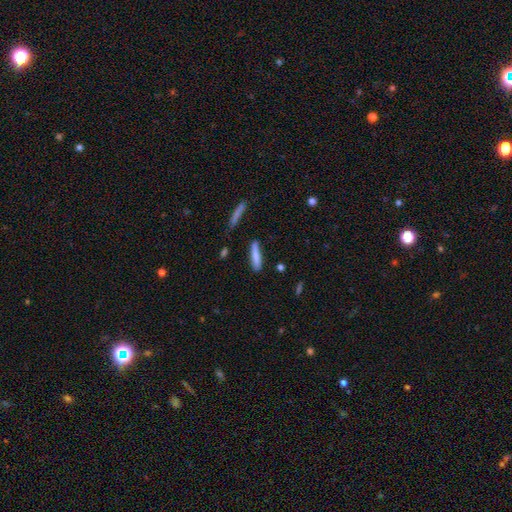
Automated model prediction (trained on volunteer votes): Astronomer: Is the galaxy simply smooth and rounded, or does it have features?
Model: smooth — 79%.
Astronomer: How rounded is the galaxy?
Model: cigar-shaped — 83%.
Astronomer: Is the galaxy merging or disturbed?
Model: none — 77%.